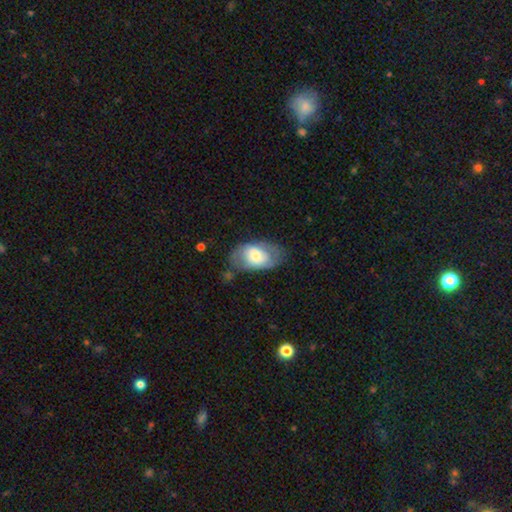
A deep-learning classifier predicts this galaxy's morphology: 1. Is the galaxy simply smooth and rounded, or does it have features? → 56% smooth, 37% featured or disk, 7% star or artifact.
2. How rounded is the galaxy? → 91% in between, 8% round, 2% cigar-shaped.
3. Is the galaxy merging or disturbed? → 59% none, 26% minor disturbance, 12% major disturbance, 3% merger.